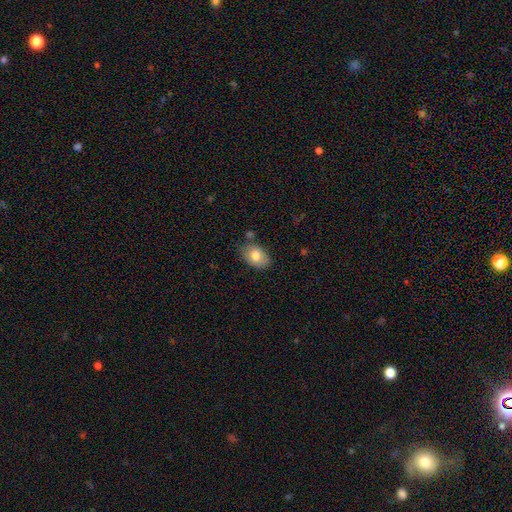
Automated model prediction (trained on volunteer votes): smooth 78%, featured or disk 15%, star or artifact 7%. Down the decision tree: how rounded — in between (87%); merging — none (73%).